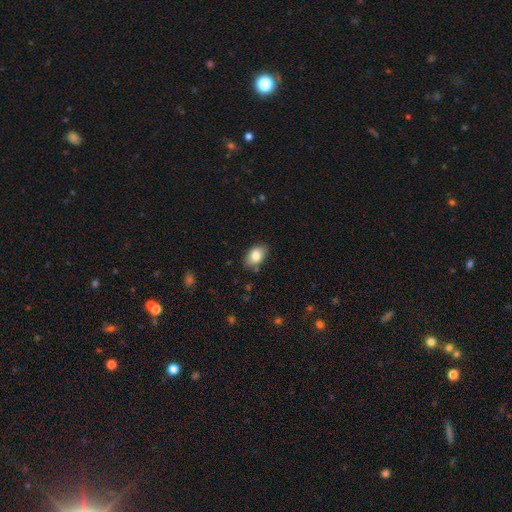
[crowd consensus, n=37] Smooth or featured? 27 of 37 (73%) said smooth. How rounded? 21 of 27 (78%) said in between. Merging? 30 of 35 (86%) said none.